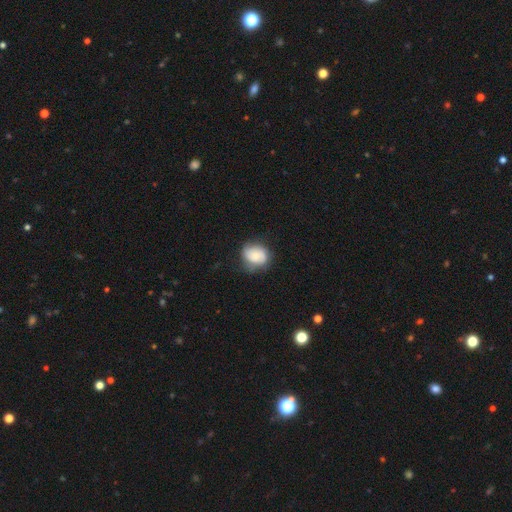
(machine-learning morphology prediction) Smooth or featured?
  - smooth: 65% *
  - featured or disk: 27%
  - star or artifact: 8%
How rounded?
  - round: 57% *
  - in between: 42%
  - cigar-shaped: 1%
Merging?
  - none: 62% *
  - minor disturbance: 28%
  - major disturbance: 8%
  - merger: 2%